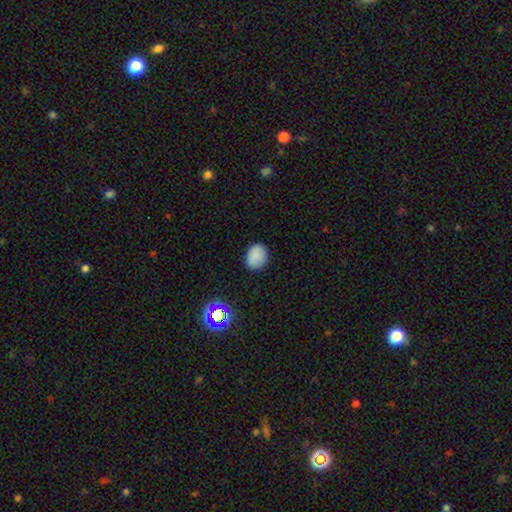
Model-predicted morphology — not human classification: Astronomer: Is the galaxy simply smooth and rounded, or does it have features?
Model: smooth — 85%.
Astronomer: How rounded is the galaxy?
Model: in between — 51% (runner-up: round, 48%).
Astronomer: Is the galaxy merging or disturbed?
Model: none — 85%.